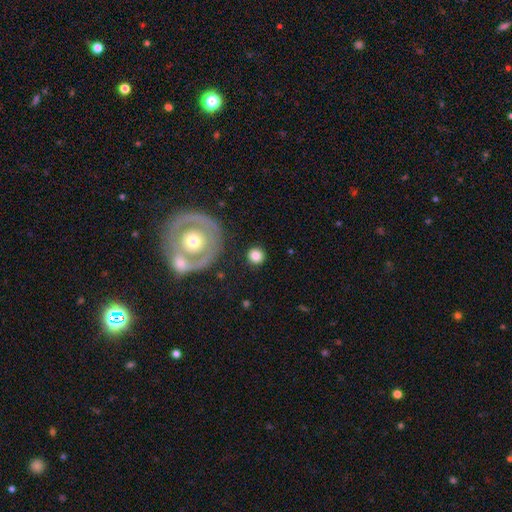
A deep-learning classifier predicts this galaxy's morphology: Smooth or featured? smooth (80%)
How rounded? round (92%)
Merging? none (87%)